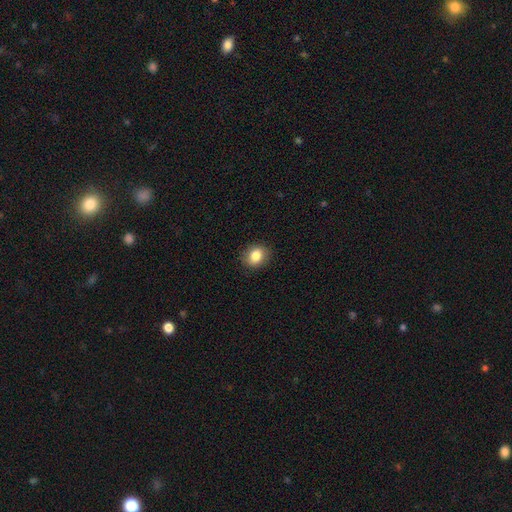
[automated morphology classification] type=smooth (84%); roundness=round (58%); merging=none (88%).